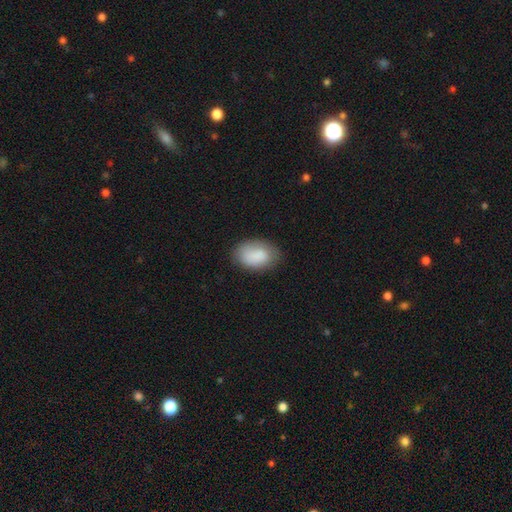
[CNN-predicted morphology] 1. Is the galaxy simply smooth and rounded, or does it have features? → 85% smooth, 8% featured or disk, 7% star or artifact.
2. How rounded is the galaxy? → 87% in between, 12% round, 1% cigar-shaped.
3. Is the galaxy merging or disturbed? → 74% none, 19% minor disturbance, 5% major disturbance, 1% merger.